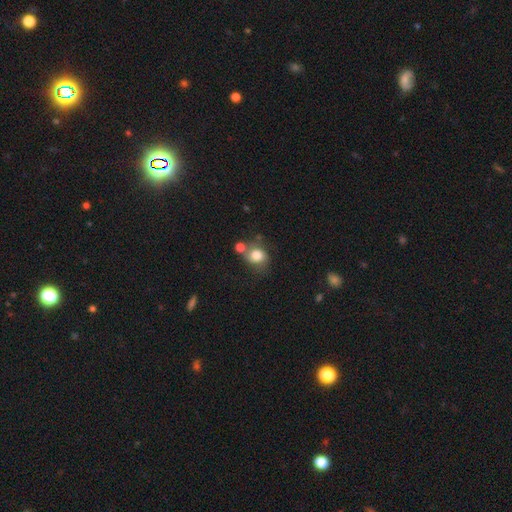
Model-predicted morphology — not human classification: A smooth galaxy with no disk features (79%) that is round (63%).

Vote fractions:
- Smooth or featured? smooth: 79% / featured or disk: 11% / star or artifact: 10%
- How rounded? round: 63% / in between: 36% / cigar-shaped: 1%
- Merging? none: 47% / merger: 25% / minor disturbance: 19% / major disturbance: 8%